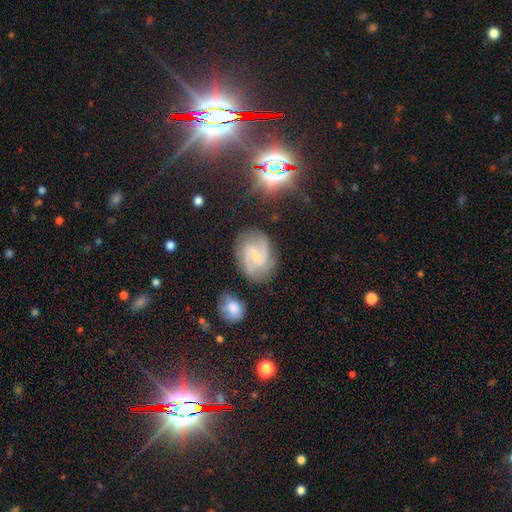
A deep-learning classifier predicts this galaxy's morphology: smooth_or_featured: featured or disk (p=0.78) [alt: smooth p=0.14]
disk_edge_on: no (p=0.97) [alt: yes p=0.03]
bar: weak (p=0.49) [alt: no p=0.41]
has_spiral_arms: yes (p=0.95) [alt: no p=0.05]
spiral_winding: medium (p=0.48) [alt: tight p=0.33]
spiral_arm_count: 2 (p=0.56) [alt: 3 p=0.17]
bulge_size: small (p=0.72) [alt: moderate p=0.22]
merging: none (p=0.73) [alt: minor disturbance p=0.17]